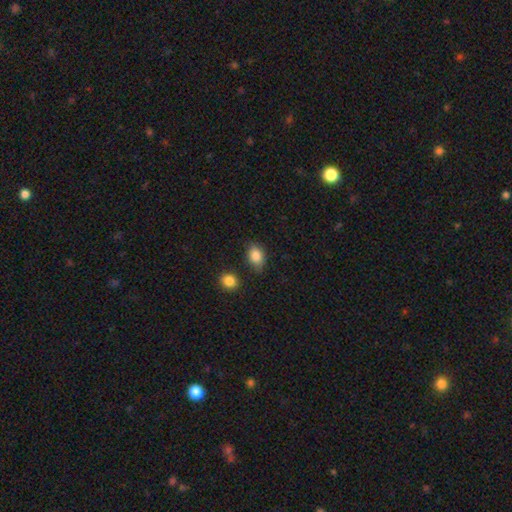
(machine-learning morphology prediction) Smooth or featured: smooth — 86% (star or artifact — 8%)
How rounded: in between — 80% (round — 19%)
Merging: none — 77% (minor disturbance — 16%)